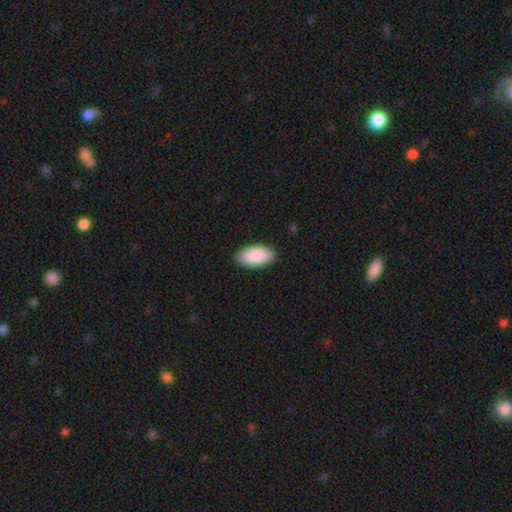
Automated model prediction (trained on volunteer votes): Morphology: type=smooth (91%); roundness=in between (96%); merging=none (89%).